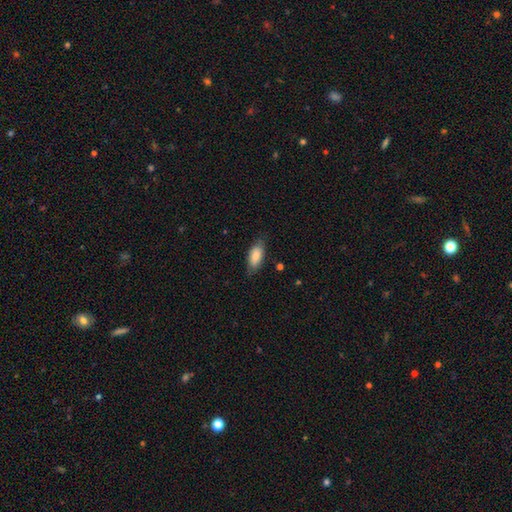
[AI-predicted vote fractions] Morphology: type=smooth (84%); roundness=in between (84%); merging=none (77%).